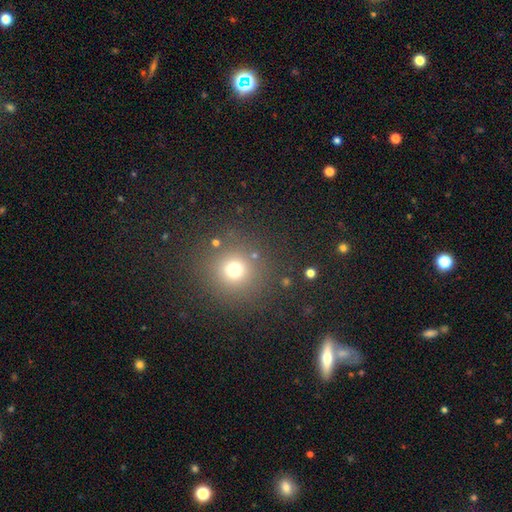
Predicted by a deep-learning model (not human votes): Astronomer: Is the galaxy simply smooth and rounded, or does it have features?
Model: smooth — 54% (runner-up: star or artifact, 37%).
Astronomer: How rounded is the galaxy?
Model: round — 92%.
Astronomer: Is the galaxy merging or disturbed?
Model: none — 86%.